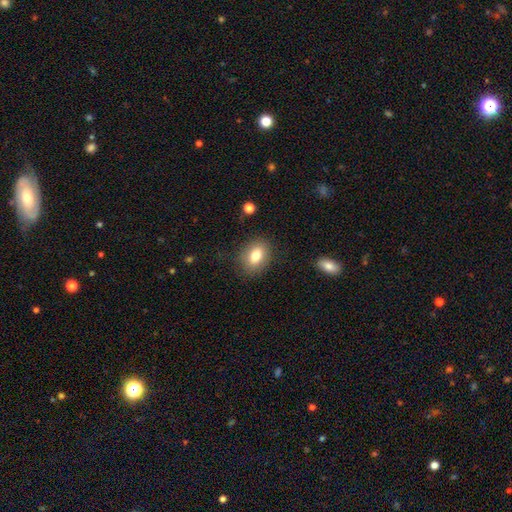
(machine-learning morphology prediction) smooth-or-featured: smooth: 79% | featured or disk: 12% | star or artifact: 8%
  how-rounded: in between: 75% | round: 23% | cigar-shaped: 2%
  merging: none: 84% | minor disturbance: 11% | major disturbance: 4% | merger: 1%